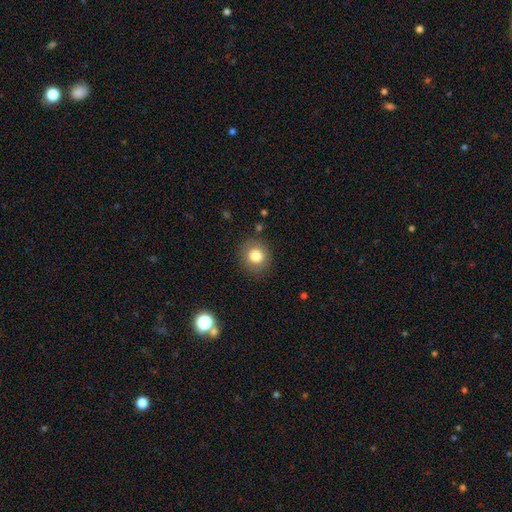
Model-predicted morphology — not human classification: Smooth or featured?
  - smooth: 80% *
  - star or artifact: 10%
  - featured or disk: 9%
How rounded?
  - round: 88% *
  - in between: 11%
  - cigar-shaped: 1%
Merging?
  - none: 87% *
  - minor disturbance: 9%
  - major disturbance: 3%
  - merger: 2%